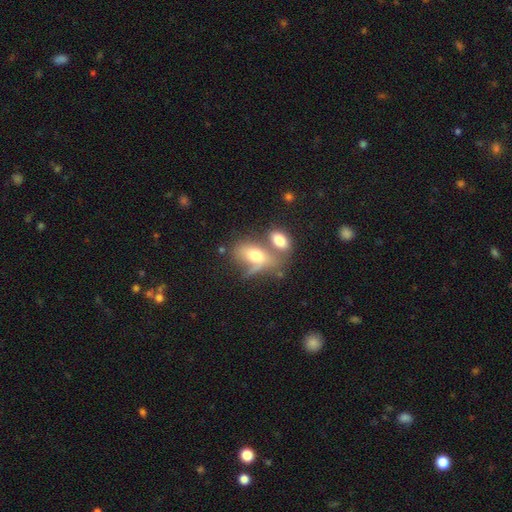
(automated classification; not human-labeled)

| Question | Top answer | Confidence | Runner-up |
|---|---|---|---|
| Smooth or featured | smooth | 65% | featured or disk (26%) |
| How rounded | in between | 84% | round (10%) |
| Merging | merger | 51% | none (24%) |